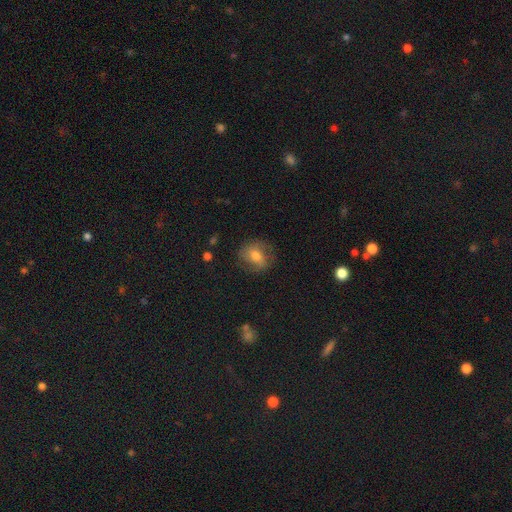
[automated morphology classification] Overall: smooth (57%; featured or disk 33%). How rounded: round (62%; in between 37%). Merging: none (72%).